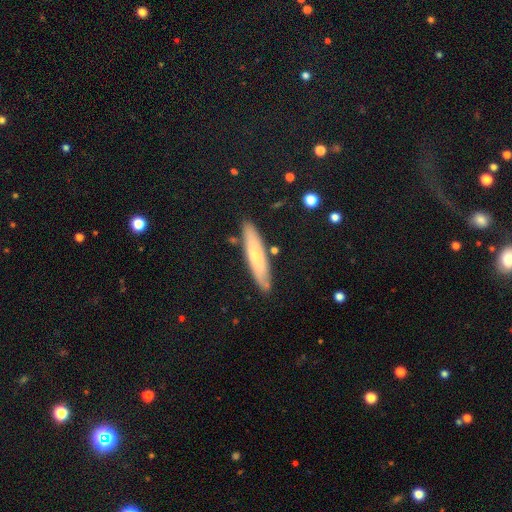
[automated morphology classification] The model was most divided on "smooth or featured": smooth: 56%, featured or disk: 38%, star or artifact: 6%. More confident: how rounded — cigar-shaped (84%); merging — none (84%).